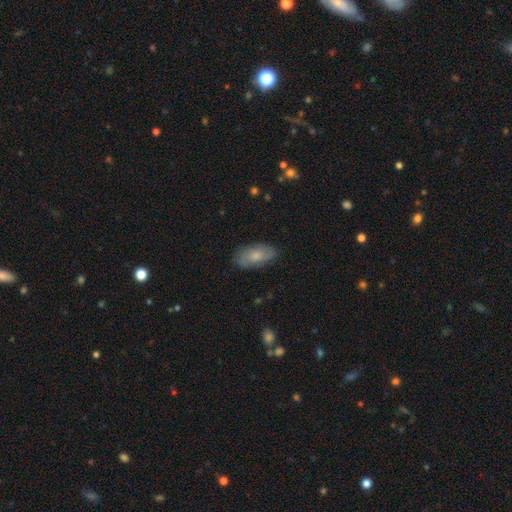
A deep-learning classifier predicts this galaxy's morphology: A smooth galaxy with no disk features (66%) that is in between round and cigar-shaped (90%).

Vote fractions:
- Smooth or featured? smooth: 66% / featured or disk: 28% / star or artifact: 6%
- How rounded? in between: 90% / cigar-shaped: 7% / round: 3%
- Merging? none: 80% / minor disturbance: 16% / major disturbance: 3% / merger: 1%